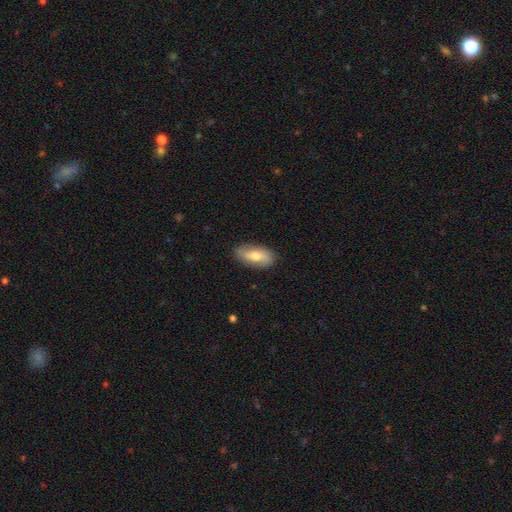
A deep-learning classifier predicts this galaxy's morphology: Smooth or featured? smooth (58%)
How rounded? in between (83%)
Merging? none (85%)